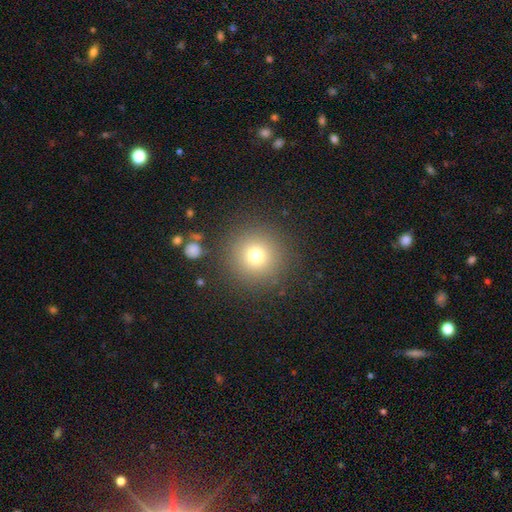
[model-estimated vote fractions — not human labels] Overall: smooth (73%). How rounded: round (95%). Merging: none (87%).